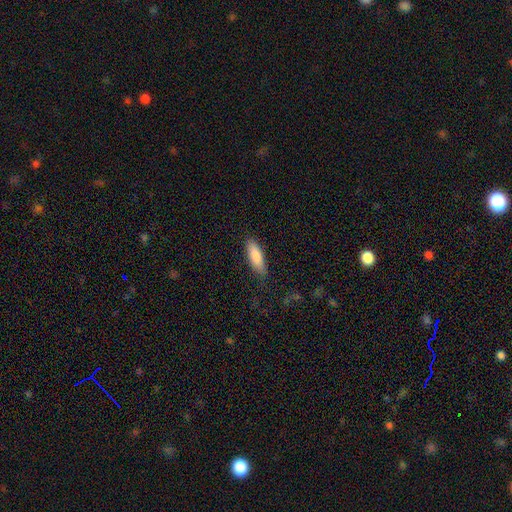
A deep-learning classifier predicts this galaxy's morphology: This is clearly a smooth galaxy (83%). How rounded: possibly in between (55%). Merging: clearly none (82%).